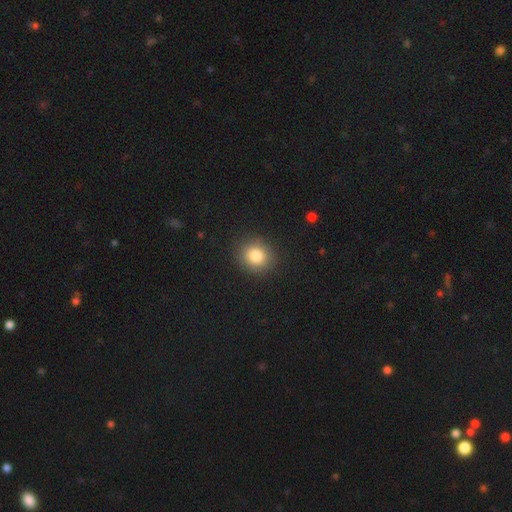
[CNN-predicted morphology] Smooth or featured? Predicted: smooth (p=0.83). How rounded? Predicted: round (p=0.83). Merging? Predicted: none (p=0.89).